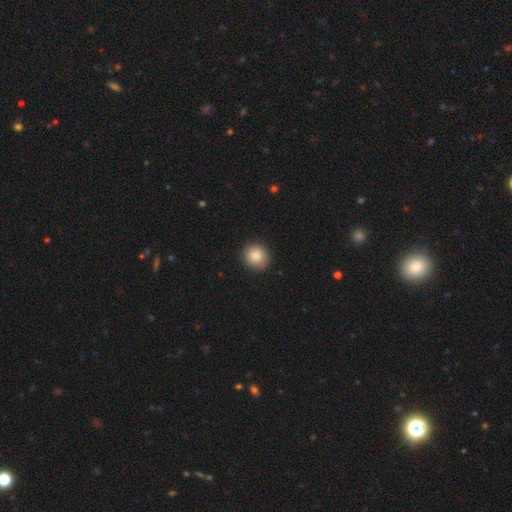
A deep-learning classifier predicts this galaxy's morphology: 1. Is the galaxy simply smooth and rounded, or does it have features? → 86% smooth, 8% star or artifact, 5% featured or disk.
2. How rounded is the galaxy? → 90% round, 9% in between, 1% cigar-shaped.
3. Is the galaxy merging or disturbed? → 89% none, 8% minor disturbance, 2% major disturbance, 1% merger.